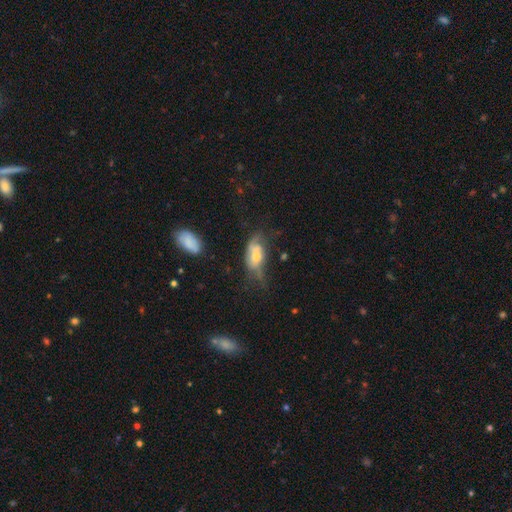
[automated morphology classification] smooth_or_featured: smooth (p=0.46) [alt: featured or disk p=0.45]
merging: none (p=0.33) [tied with: minor disturbance p=0.33]